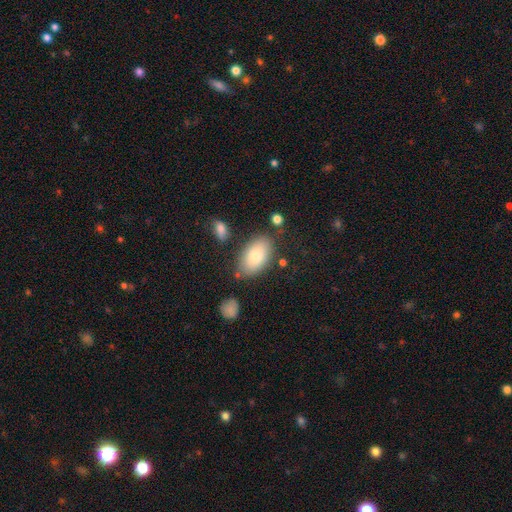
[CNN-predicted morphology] This is likely a smooth galaxy (77%). How rounded: clearly in between (92%). Merging: likely none (76%).